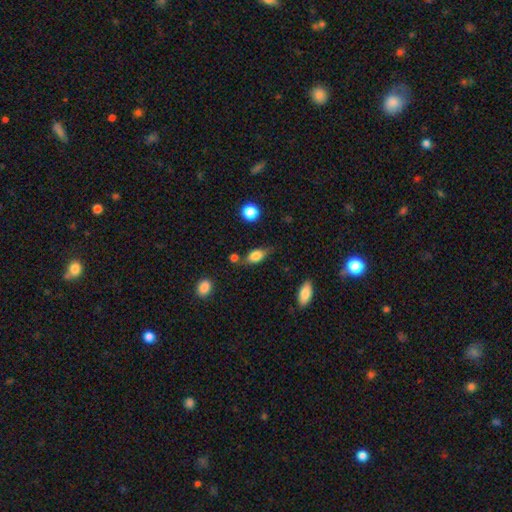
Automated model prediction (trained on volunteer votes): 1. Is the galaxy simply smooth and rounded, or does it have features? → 76% smooth, 16% featured or disk, 8% star or artifact.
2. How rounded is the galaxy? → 81% in between, 10% round, 9% cigar-shaped.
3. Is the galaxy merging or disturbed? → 63% none, 23% minor disturbance, 7% merger, 6% major disturbance.